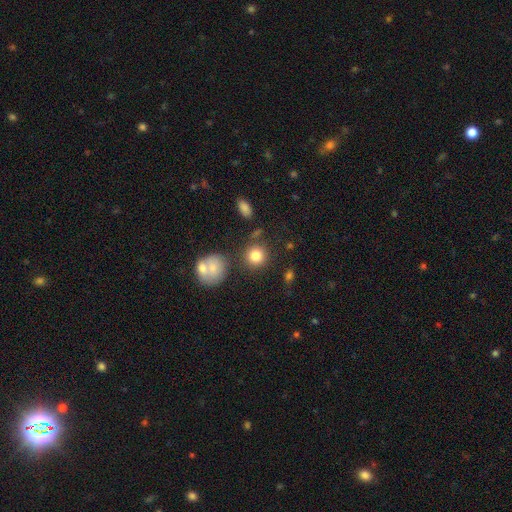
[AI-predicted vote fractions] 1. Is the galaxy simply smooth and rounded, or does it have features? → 81% smooth, 11% star or artifact, 8% featured or disk.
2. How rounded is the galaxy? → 90% round, 9% in between, 1% cigar-shaped.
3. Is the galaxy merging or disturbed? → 77% none, 10% minor disturbance, 9% merger, 4% major disturbance.